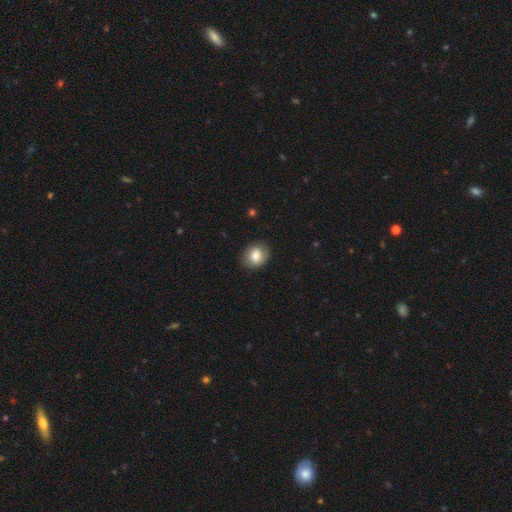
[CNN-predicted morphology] This is likely a smooth galaxy (79%). How rounded: possibly round (55%). Merging: clearly none (83%).